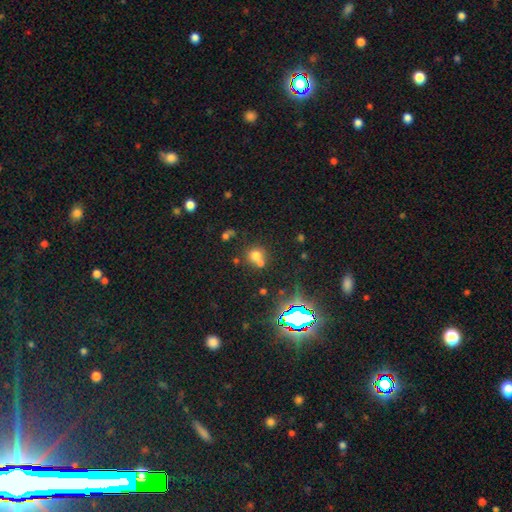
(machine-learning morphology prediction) A smooth galaxy with no disk features (65%) that is round (84%). Merging: none (45%).